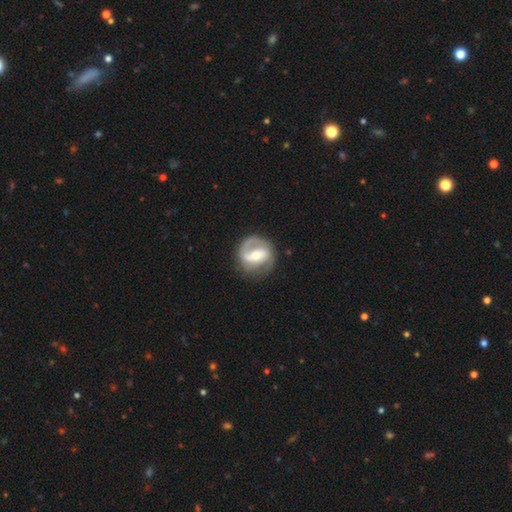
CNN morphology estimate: Smooth or featured: featured or disk — 79% (smooth — 16%)
Edge-on disk: no — 97% (yes — 3%)
Bar: weak — 41% (strong — 37%)
Spiral arms: yes — 90% (no — 10%)
Spiral winding: medium — 45% (tight — 31%)
Spiral arm count: 2 — 66% (1 — 24%)
Bulge size: moderate — 55% (small — 35%)
Merging: none — 72% (minor disturbance — 16%)